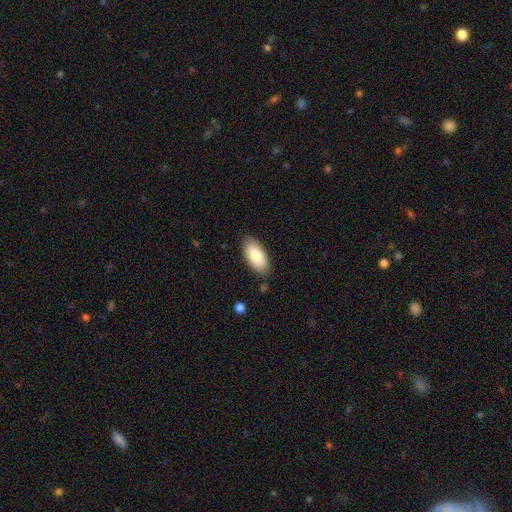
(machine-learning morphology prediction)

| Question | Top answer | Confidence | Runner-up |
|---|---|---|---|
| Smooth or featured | smooth | 82% | featured or disk (12%) |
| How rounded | in between | 92% | cigar-shaped (6%) |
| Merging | none | 84% | minor disturbance (12%) |